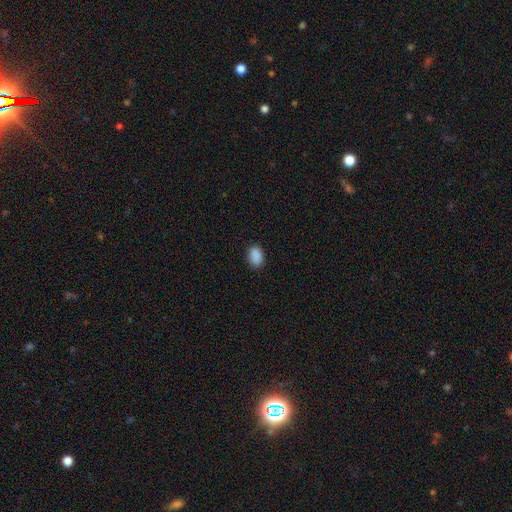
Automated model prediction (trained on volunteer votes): A smooth galaxy with no disk features (89%) that is in between round and cigar-shaped (84%). Merging: none (87%).